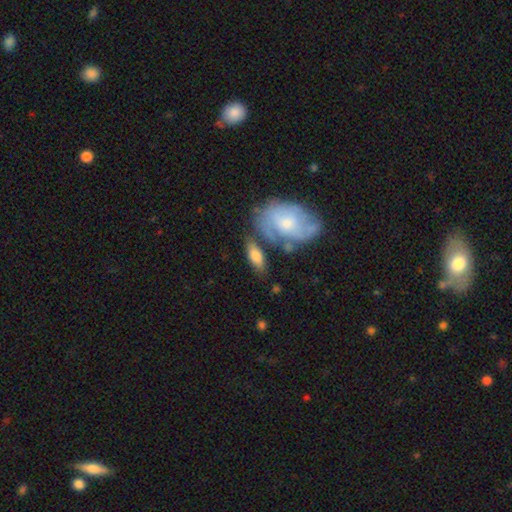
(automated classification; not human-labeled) smooth_or_featured: smooth (p=0.67) [alt: featured or disk p=0.27]
how_rounded: in between (p=0.81) [alt: cigar-shaped p=0.15]
merging: none (p=0.62) [alt: minor disturbance p=0.17]